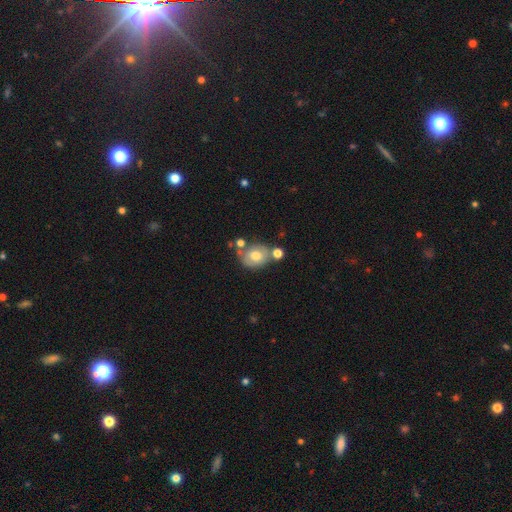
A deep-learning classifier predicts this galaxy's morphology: This is likely a smooth galaxy (61%). How rounded: possibly round (53%). Merging: possibly none (55%).